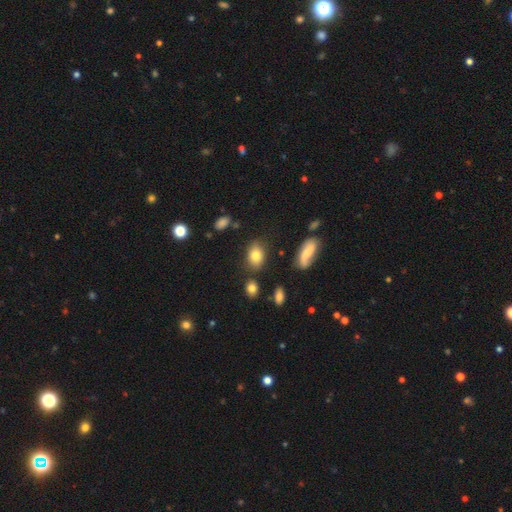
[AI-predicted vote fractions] The model was most divided on "merging": none: 73%, minor disturbance: 17%, major disturbance: 5%, merger: 5%. More confident: how rounded — in between (81%); smooth or featured — smooth (79%).